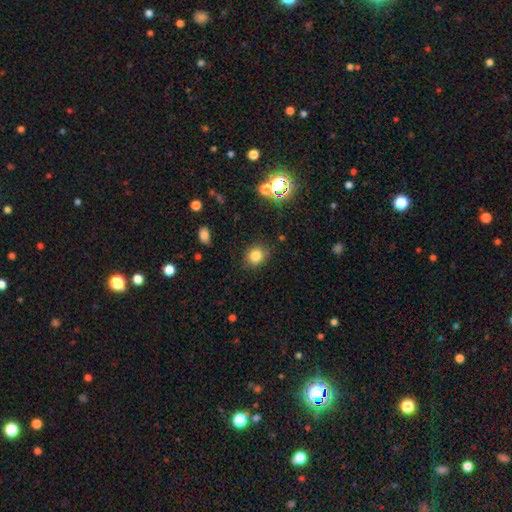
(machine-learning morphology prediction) Smooth or featured? Predicted: smooth (p=0.81). How rounded? Predicted: round (p=0.75). Merging? Predicted: none (p=0.84).